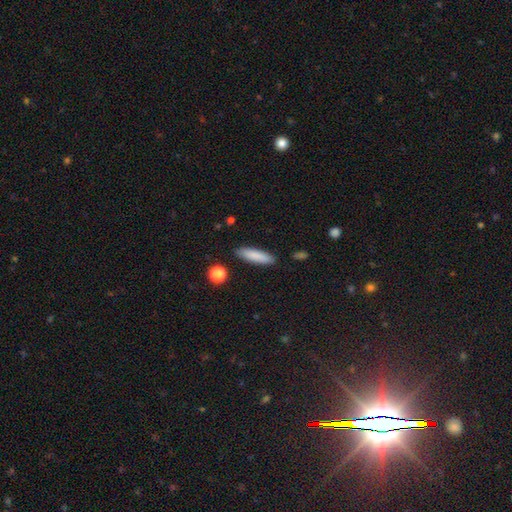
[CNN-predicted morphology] Smooth or featured?
  - smooth: 84% *
  - featured or disk: 9%
  - star or artifact: 7%
How rounded?
  - cigar-shaped: 70% *
  - in between: 29%
  - round: 2%
Merging?
  - none: 87% *
  - minor disturbance: 9%
  - major disturbance: 2%
  - merger: 2%